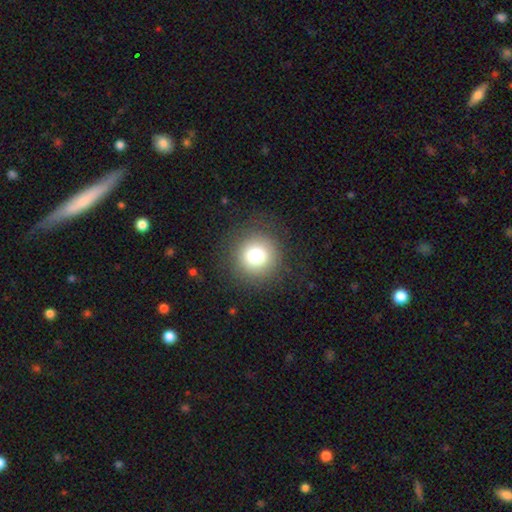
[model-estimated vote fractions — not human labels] Smooth or featured?
  - smooth: 77% *
  - star or artifact: 13%
  - featured or disk: 10%
How rounded?
  - round: 95% *
  - in between: 4%
  - cigar-shaped: 1%
Merging?
  - none: 87% *
  - minor disturbance: 7%
  - major disturbance: 4%
  - merger: 1%